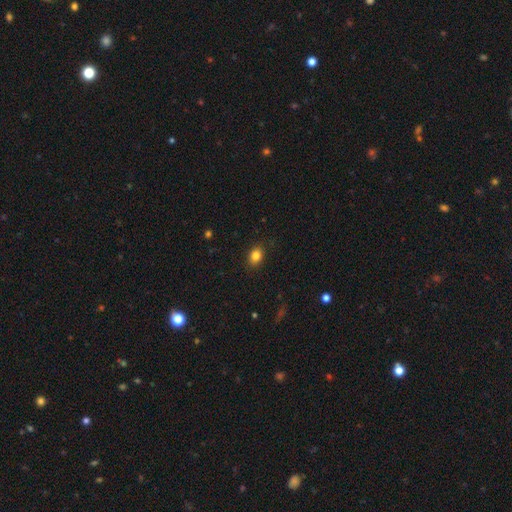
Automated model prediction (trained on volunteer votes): A smooth galaxy with no disk features (83%) that is in between round and cigar-shaped (58%). Merging: none (88%).